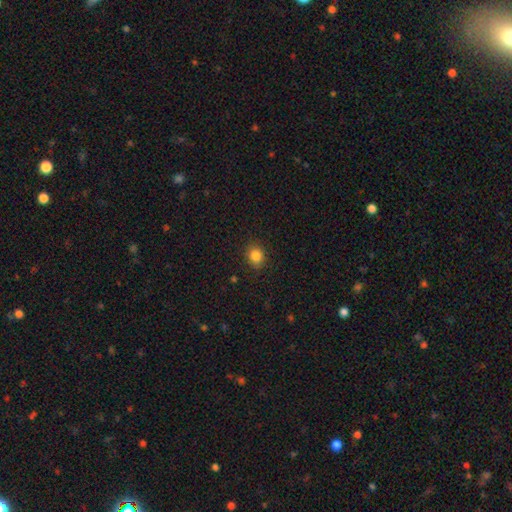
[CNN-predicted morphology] This is clearly a smooth galaxy (85%). How rounded: likely round (67%). Merging: clearly none (87%).